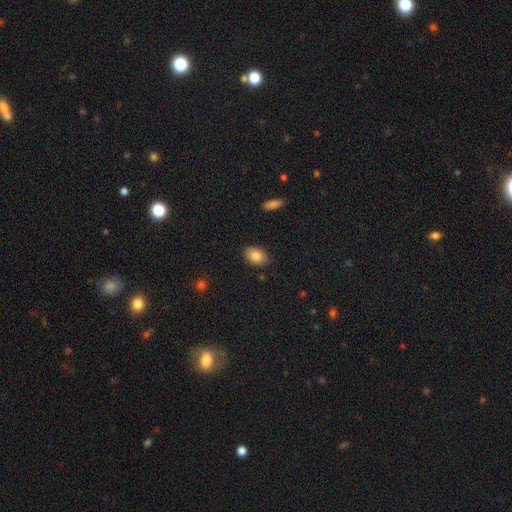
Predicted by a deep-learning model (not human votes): Smooth or featured: smooth — 85% (star or artifact — 8%)
How rounded: in between — 87% (round — 12%)
Merging: none — 87% (minor disturbance — 10%)